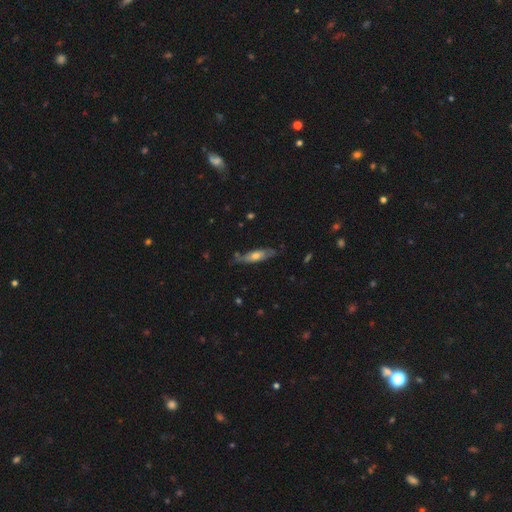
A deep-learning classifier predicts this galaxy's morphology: featured or disk 48%, smooth 46%, star or artifact 6%. Down the decision tree: merging — none (69%).